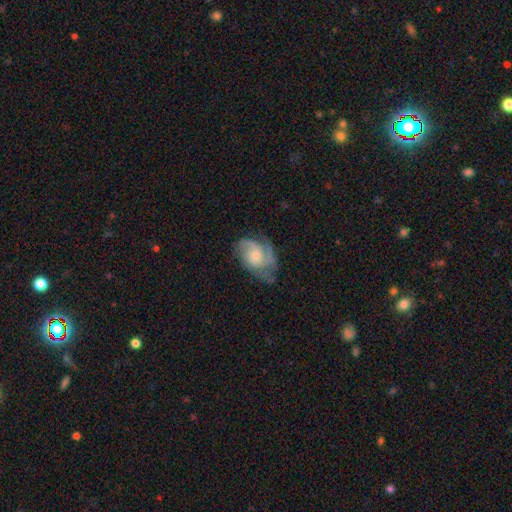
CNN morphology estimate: Smooth or featured? Predicted: featured or disk (p=0.79). Edge-on disk? Predicted: no (p=0.97). Bar? Predicted: no (p=0.72). Spiral arms? Predicted: yes (p=0.95). Spiral winding? Predicted: medium (p=0.46). Spiral arm count? Predicted: 2 (p=0.42). Bulge size? Predicted: small (p=0.55). Merging? Predicted: none (p=0.61).